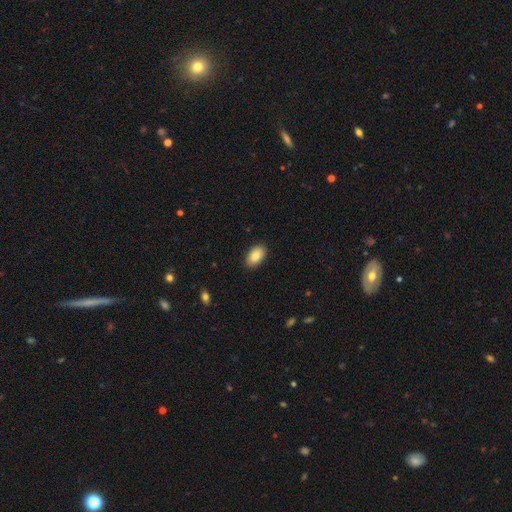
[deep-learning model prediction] Smooth or featured? Predicted: smooth (p=0.84). How rounded? Predicted: in between (p=0.93). Merging? Predicted: none (p=0.89).